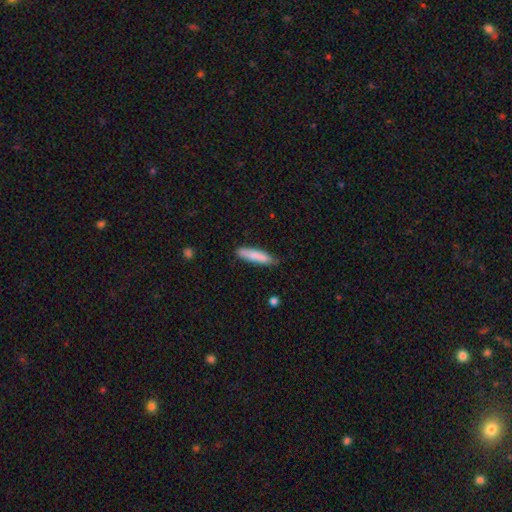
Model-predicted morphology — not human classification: smooth-or-featured: smooth: 82% | featured or disk: 12% | star or artifact: 6%
  how-rounded: cigar-shaped: 84% | in between: 14% | round: 1%
  merging: none: 79% | minor disturbance: 17% | major disturbance: 3% | merger: 2%